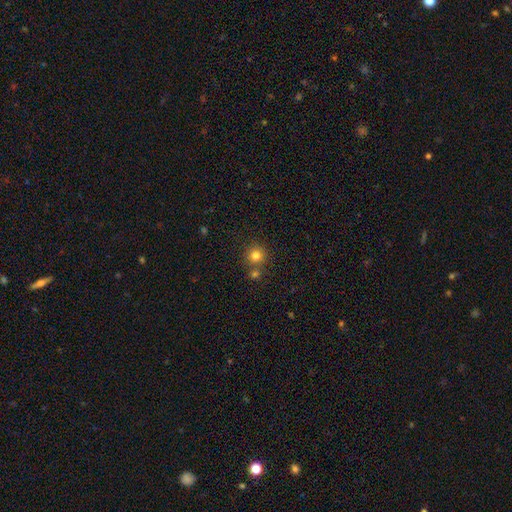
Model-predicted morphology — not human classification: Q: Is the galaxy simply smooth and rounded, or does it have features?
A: smooth — 80%.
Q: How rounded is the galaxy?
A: round — 93%.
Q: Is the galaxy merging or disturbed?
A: none — 74%.